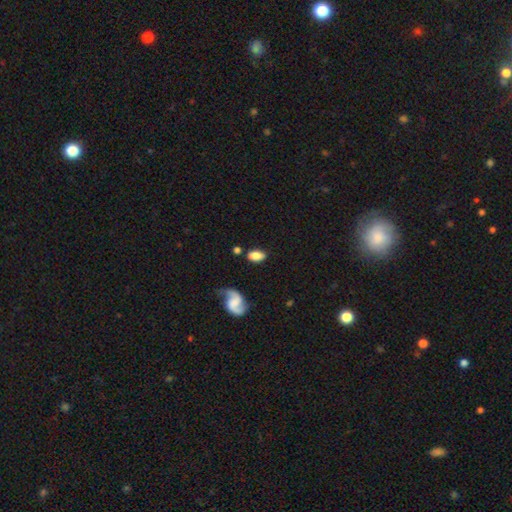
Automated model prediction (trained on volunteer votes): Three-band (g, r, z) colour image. It shows a smooth galaxy with no disk features (73%) that is in between round and cigar-shaped (90%). Merging: none (74%).